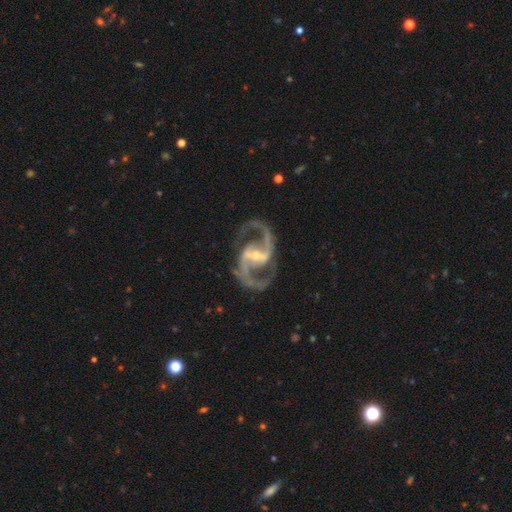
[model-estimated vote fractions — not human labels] A featured or disk galaxy (94%) with a strong bar (53%), 2 (94%) medium (66%) spiral arms (98%) and a small central bulge (64%). Merging: none (81%).